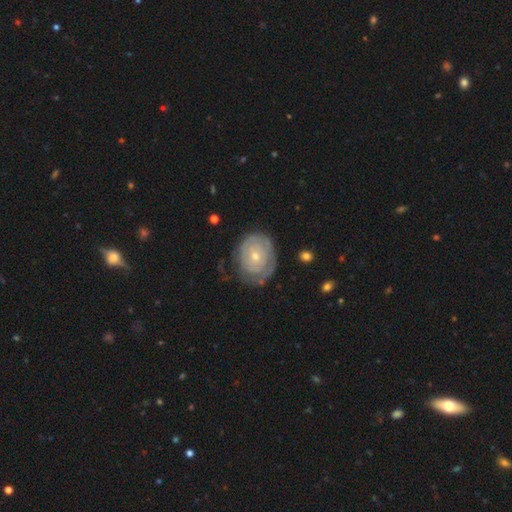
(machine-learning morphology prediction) smooth-or-featured: featured or disk: 71% | smooth: 23% | star or artifact: 6%
  disk-edge-on: no: 97% | yes: 3%
    bar: no: 82% | weak: 15% | strong: 3%
    has-spiral-arms: yes: 78% | no: 22%
      spiral-winding: tight: 80% | medium: 14% | loose: 6%
      spiral-arm-count: can't tell: 53% | 2: 23% | 3: 8% | 1: 8% | 4: 4% | more than 4: 4%
    bulge-size: small: 64% | moderate: 33% | large: 1% | none: 1% | dominant: 1%
  merging: none: 69% | minor disturbance: 20% | major disturbance: 9% | merger: 1%